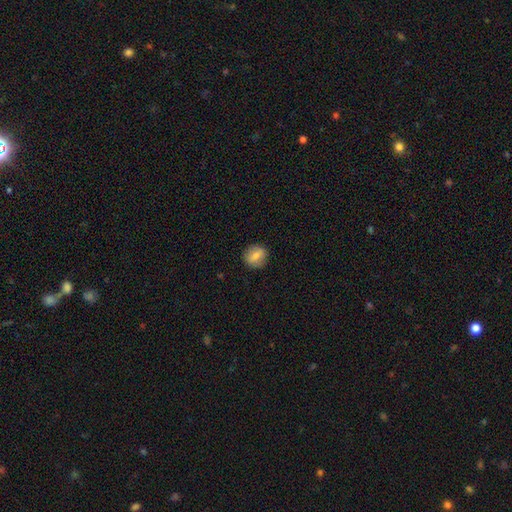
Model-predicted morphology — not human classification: The model was most divided on "smooth or featured": smooth: 71%, featured or disk: 20%, star or artifact: 8%. More confident: merging — none (89%); how rounded — round (84%).